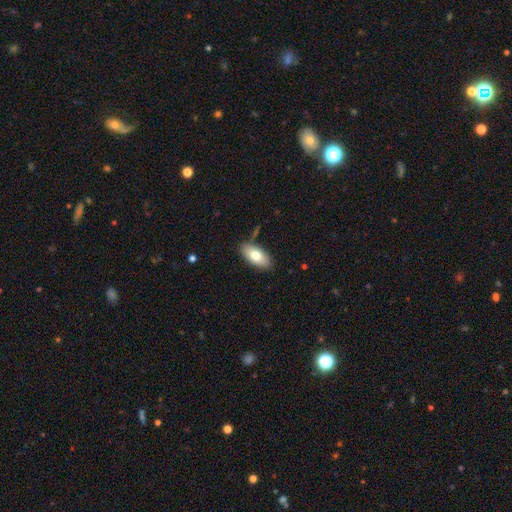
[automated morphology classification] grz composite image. It shows a smooth galaxy with no disk features (76%) that is in between round and cigar-shaped (91%). Merging: none (83%).